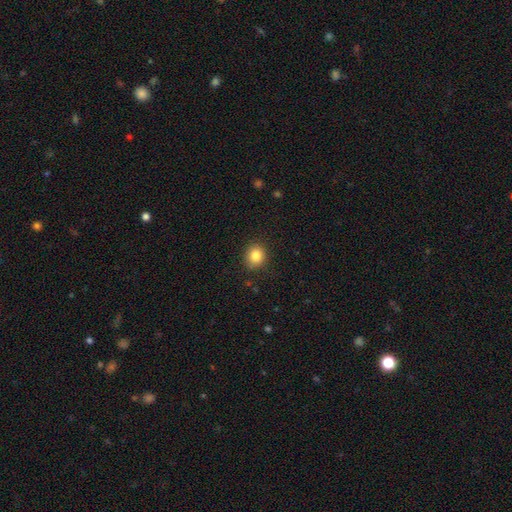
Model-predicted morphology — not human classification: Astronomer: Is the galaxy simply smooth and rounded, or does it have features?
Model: smooth — 83%.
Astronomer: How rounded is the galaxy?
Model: round — 79%.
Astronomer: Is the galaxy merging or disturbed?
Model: none — 88%.